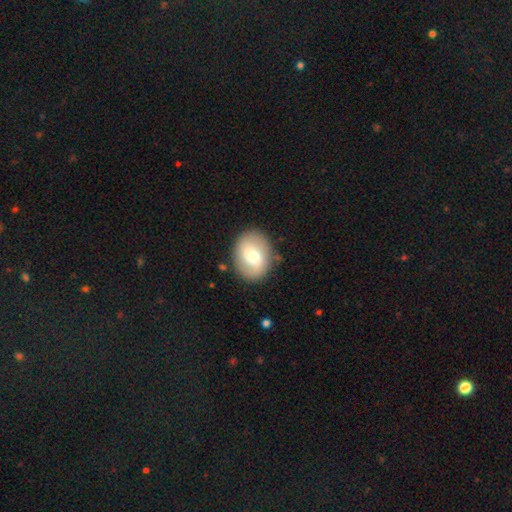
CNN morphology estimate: smooth-or-featured: smooth: 59% | featured or disk: 34% | star or artifact: 7%
  how-rounded: in between: 52% | round: 46% | cigar-shaped: 1%
  merging: none: 83% | minor disturbance: 11% | major disturbance: 4% | merger: 2%